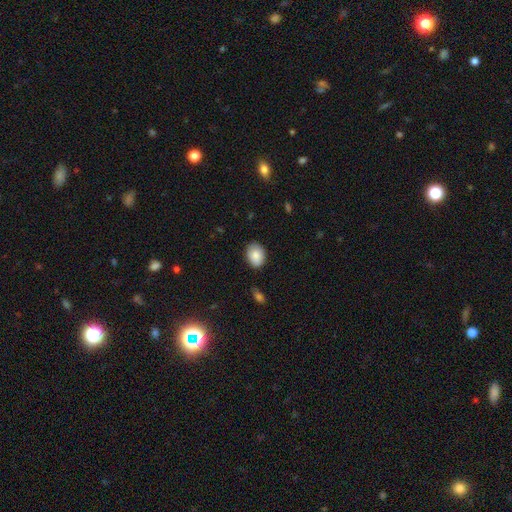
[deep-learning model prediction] A smooth galaxy with no disk features (86%) that is in between round and cigar-shaped (64%).

Vote fractions:
- Smooth or featured? smooth: 86% / star or artifact: 7% / featured or disk: 6%
- How rounded? in between: 64% / round: 35% / cigar-shaped: 1%
- Merging? none: 82% / minor disturbance: 14% / major disturbance: 3% / merger: 1%